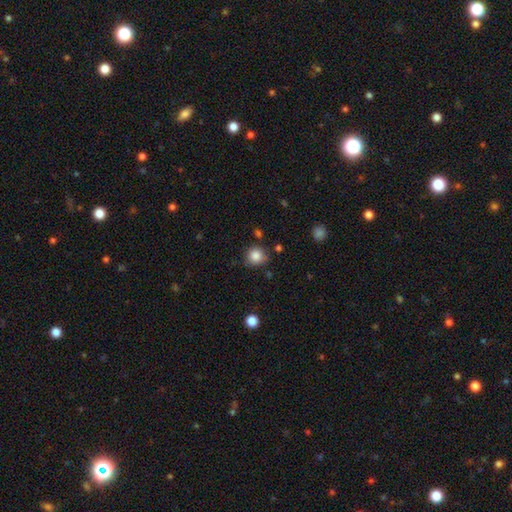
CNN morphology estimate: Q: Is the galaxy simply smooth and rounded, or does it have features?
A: smooth — 85%.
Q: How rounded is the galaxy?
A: round — 88%.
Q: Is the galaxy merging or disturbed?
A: none — 79%.